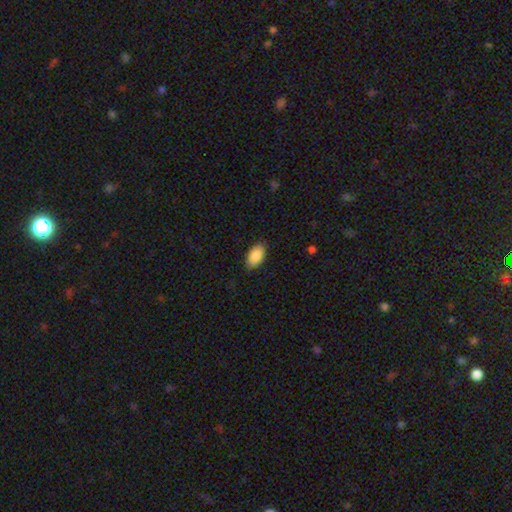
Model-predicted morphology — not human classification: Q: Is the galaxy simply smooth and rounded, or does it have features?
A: smooth — 89%.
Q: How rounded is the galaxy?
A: in between — 94%.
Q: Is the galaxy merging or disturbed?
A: none — 86%.